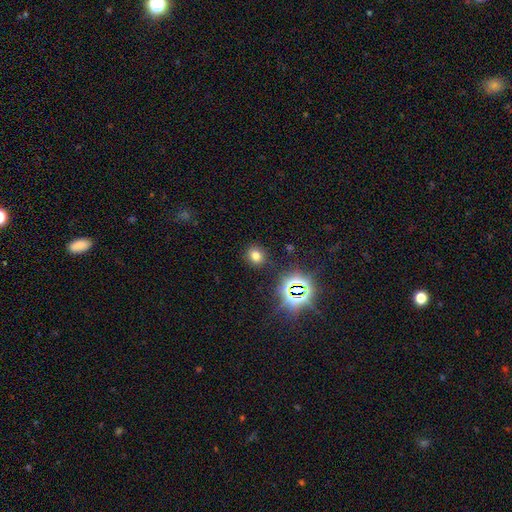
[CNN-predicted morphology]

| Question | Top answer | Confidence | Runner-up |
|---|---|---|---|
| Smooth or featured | smooth | 69% | star or artifact (24%) |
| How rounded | round | 78% | in between (21%) |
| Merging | none | 87% | minor disturbance (8%) |